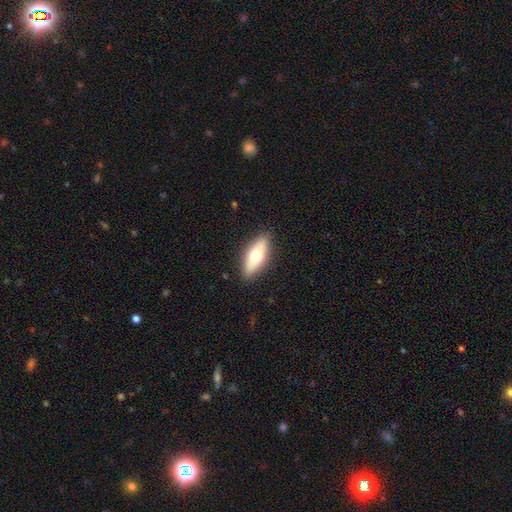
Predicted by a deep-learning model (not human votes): smooth-or-featured: smooth: 62% | featured or disk: 32% | star or artifact: 6%
  how-rounded: in between: 70% | cigar-shaped: 27% | round: 3%
  merging: none: 88% | minor disturbance: 9% | major disturbance: 2% | merger: 1%